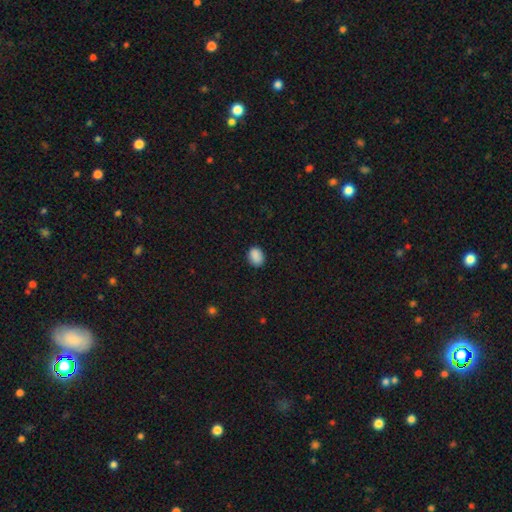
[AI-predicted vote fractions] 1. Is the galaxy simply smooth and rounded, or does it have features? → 89% smooth, 9% star or artifact, 3% featured or disk.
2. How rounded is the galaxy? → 64% in between, 35% round, 1% cigar-shaped.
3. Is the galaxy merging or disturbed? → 86% none, 10% minor disturbance, 2% major disturbance, 1% merger.